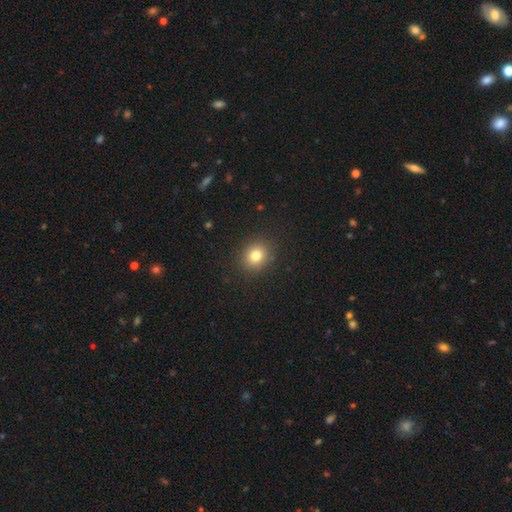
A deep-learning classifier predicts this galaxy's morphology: Overall: smooth (80%). How rounded: round (74%). Merging: none (88%).